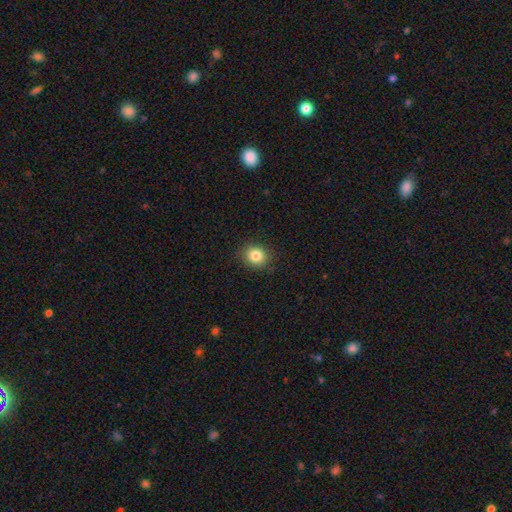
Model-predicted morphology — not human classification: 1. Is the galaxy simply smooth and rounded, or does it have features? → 83% smooth, 11% star or artifact, 6% featured or disk.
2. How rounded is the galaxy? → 71% round, 28% in between, 1% cigar-shaped.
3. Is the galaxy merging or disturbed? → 89% none, 8% minor disturbance, 2% major disturbance, 1% merger.